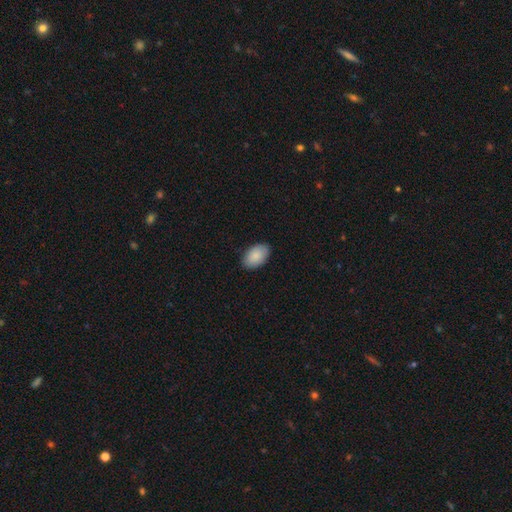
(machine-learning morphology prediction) type=smooth (89%); roundness=in between (93%); merging=none (87%).